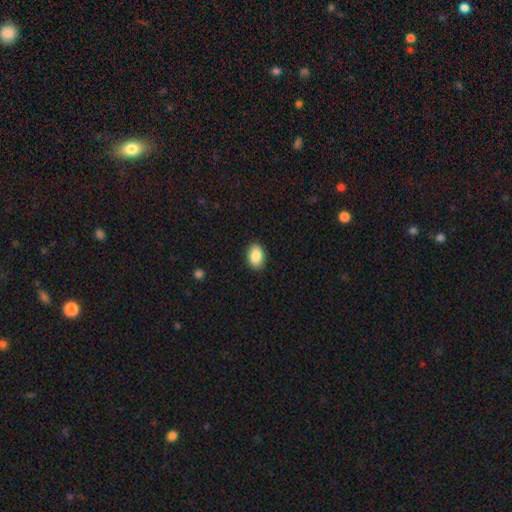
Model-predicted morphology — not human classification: Smooth or featured? smooth (89%)
How rounded? in between (82%)
Merging? none (89%)